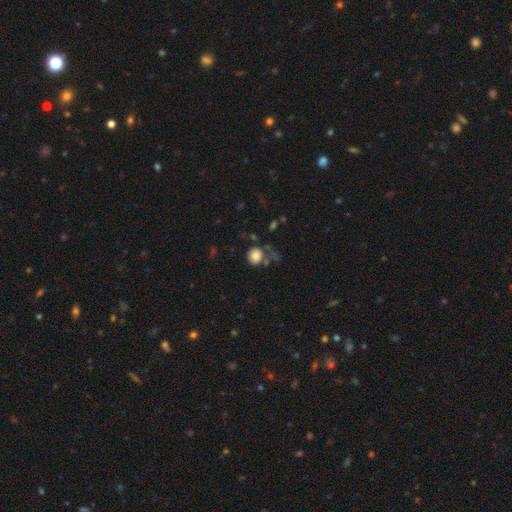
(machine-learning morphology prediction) Q: Smooth or featured?
A: smooth (83%); runner-up: star or artifact (10%)
Q: How rounded?
A: round (82%); runner-up: in between (17%)
Q: Merging?
A: none (58%); runner-up: minor disturbance (17%)